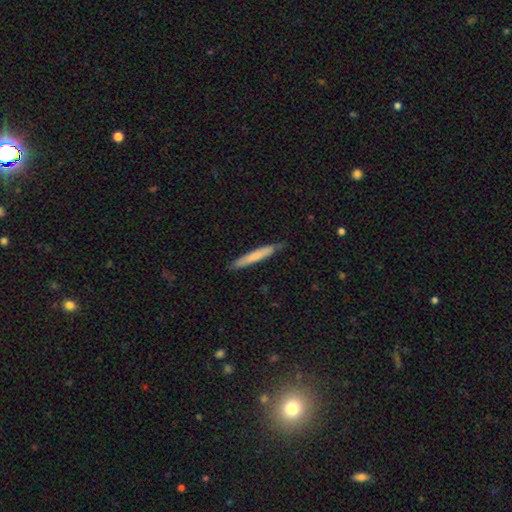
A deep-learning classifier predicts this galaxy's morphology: Smooth or featured?
  - smooth: 69% *
  - featured or disk: 25%
  - star or artifact: 5%
How rounded?
  - cigar-shaped: 95% *
  - in between: 4%
  - round: 1%
Merging?
  - none: 82% *
  - minor disturbance: 15%
  - major disturbance: 2%
  - merger: 1%